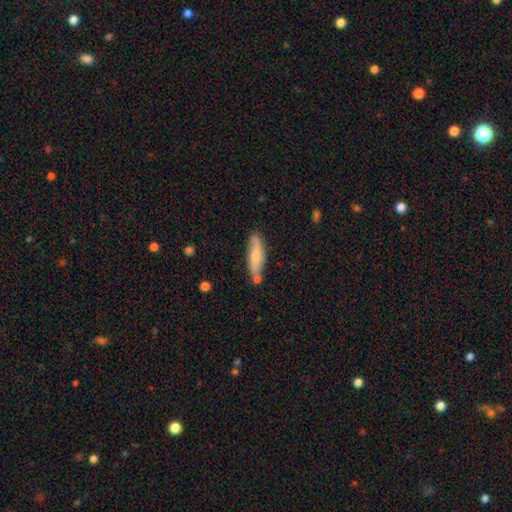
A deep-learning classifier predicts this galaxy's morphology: smooth 62%, featured or disk 32%, star or artifact 6%. Down the decision tree: how rounded — cigar-shaped (55%); merging — none (71%).